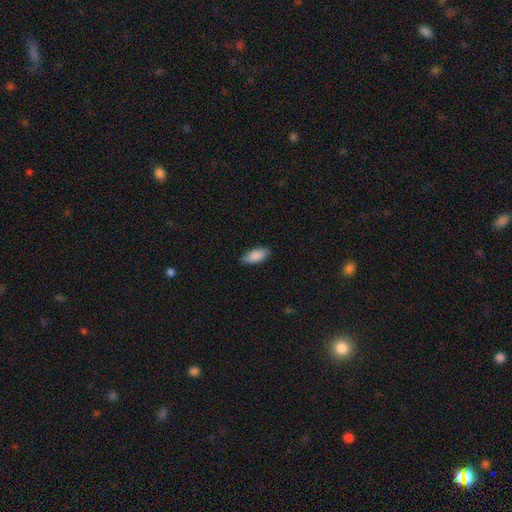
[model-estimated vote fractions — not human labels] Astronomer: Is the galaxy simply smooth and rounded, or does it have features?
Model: smooth — 88%.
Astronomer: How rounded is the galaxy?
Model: in between — 85%.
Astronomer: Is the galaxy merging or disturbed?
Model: none — 85%.